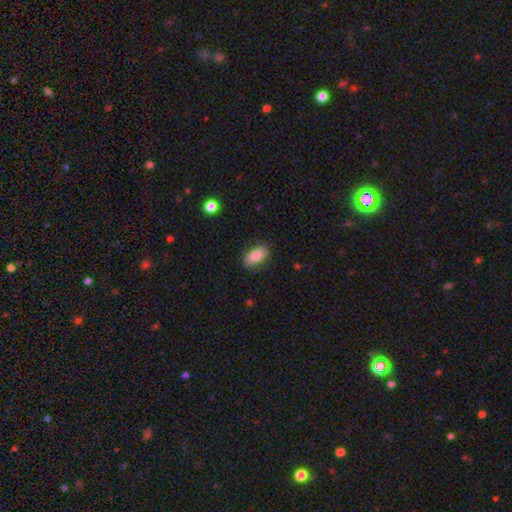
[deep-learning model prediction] Smooth or featured?
  - smooth: 79% *
  - featured or disk: 14%
  - star or artifact: 7%
How rounded?
  - in between: 91% *
  - round: 5%
  - cigar-shaped: 4%
Merging?
  - none: 79% *
  - minor disturbance: 16%
  - major disturbance: 3%
  - merger: 1%